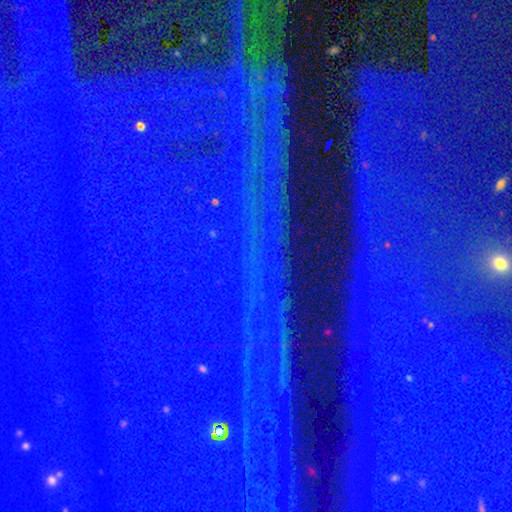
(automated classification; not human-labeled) Smooth or featured? star or artifact (86%)